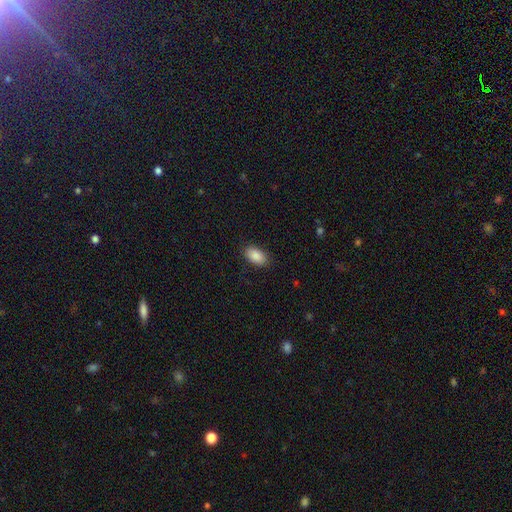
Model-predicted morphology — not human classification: smooth-or-featured: smooth: 88% | star or artifact: 7% | featured or disk: 5%
  how-rounded: in between: 93% | round: 5% | cigar-shaped: 2%
  merging: none: 87% | minor disturbance: 10% | major disturbance: 3% | merger: 1%